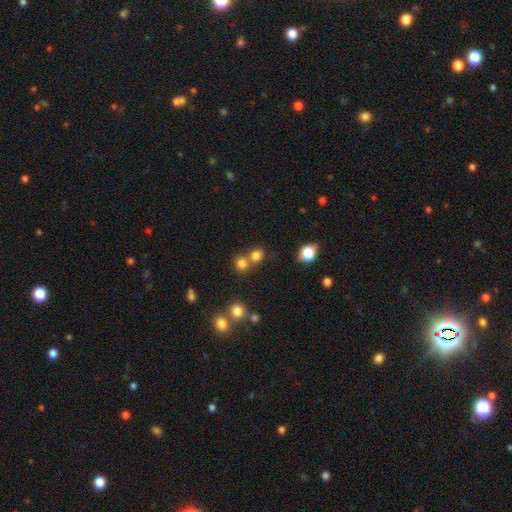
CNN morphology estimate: A smooth galaxy with no disk features (78%) that is round (83%).

Vote fractions:
- Smooth or featured? smooth: 78% / star or artifact: 15% / featured or disk: 6%
- How rounded? round: 83% / in between: 16% / cigar-shaped: 1%
- Merging? none: 58% / merger: 32% / minor disturbance: 7% / major disturbance: 3%